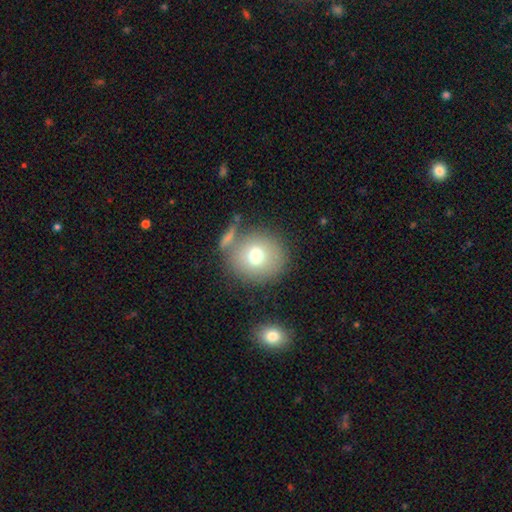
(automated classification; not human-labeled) Smooth or featured: smooth — 72% (featured or disk — 16%)
How rounded: round — 87% (in between — 12%)
Merging: none — 72% (merger — 12%)